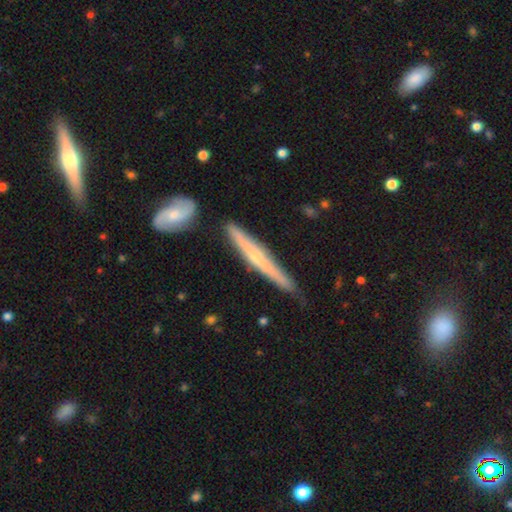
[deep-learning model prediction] Overall: featured or disk (60%; smooth 35%). Edge-on disk: yes (94%). Edge-on bulge: rounded (53%; none 40%). Merging: none (79%).